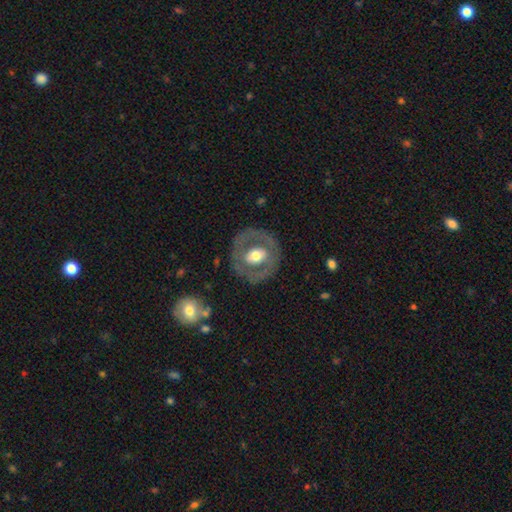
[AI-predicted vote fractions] Smooth or featured? featured or disk (55%)
Edge-on disk? no (95%)
Bar? no (65%)
Spiral arms? no (85%)
Bulge size? moderate (61%)
Merging? none (80%)